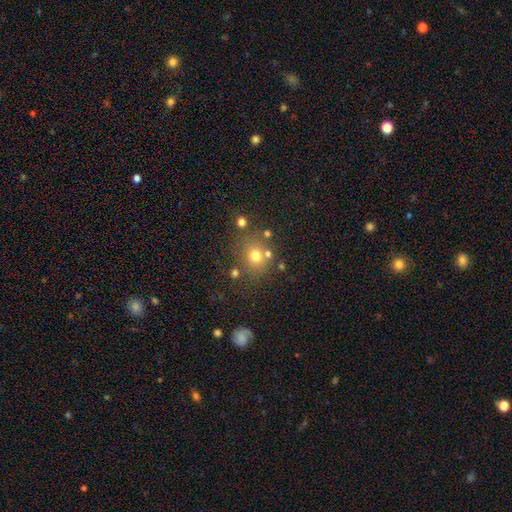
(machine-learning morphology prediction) Overall: smooth (70%). How rounded: round (82%). Merging: none (72%).